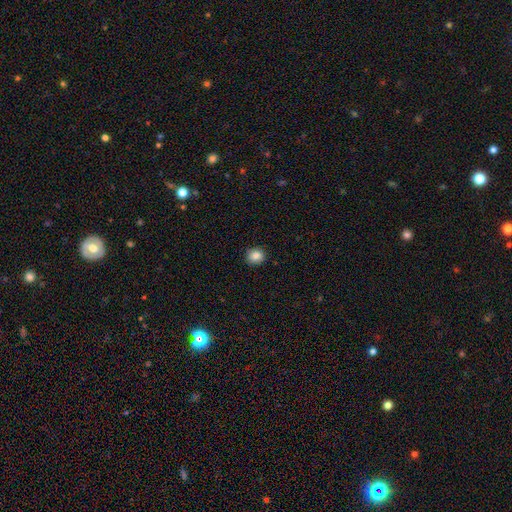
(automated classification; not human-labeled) Morphology: type=smooth (85%); roundness=round (83%); merging=none (90%).